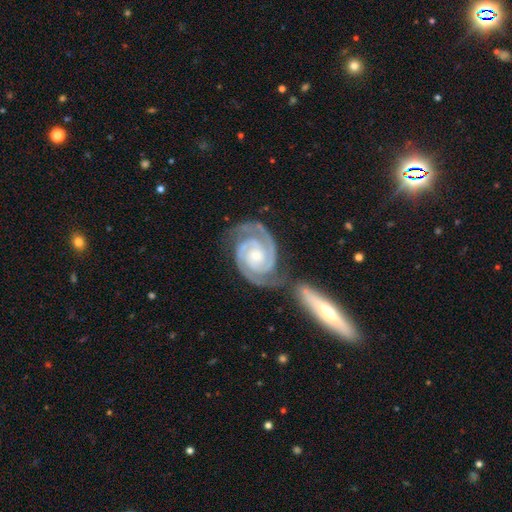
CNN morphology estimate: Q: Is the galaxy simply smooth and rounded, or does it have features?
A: featured or disk — 93%.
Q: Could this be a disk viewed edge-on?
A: no — 98%.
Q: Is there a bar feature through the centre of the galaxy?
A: no — 66%.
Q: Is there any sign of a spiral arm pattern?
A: yes — 99%.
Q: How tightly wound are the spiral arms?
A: tight — 74%.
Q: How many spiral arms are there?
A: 2 — 89%.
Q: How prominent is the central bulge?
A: small — 59%.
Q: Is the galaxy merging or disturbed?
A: none — 59%.